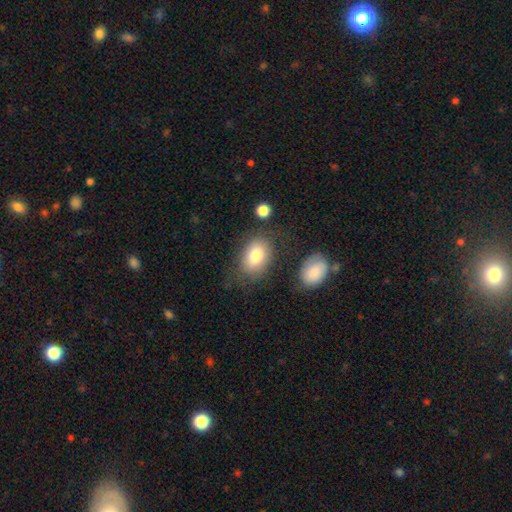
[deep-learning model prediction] Smooth or featured? Predicted: smooth (p=0.81). How rounded? Predicted: in between (p=0.81). Merging? Predicted: none (p=0.70).